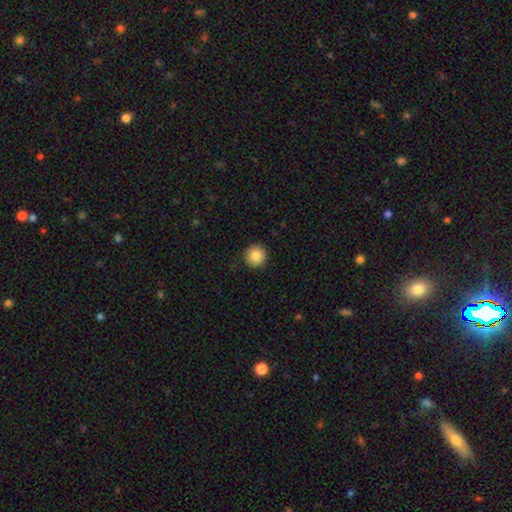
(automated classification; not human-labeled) Smooth or featured: smooth — 85% (star or artifact — 9%)
How rounded: round — 95% (in between — 4%)
Merging: none — 92% (minor disturbance — 5%)